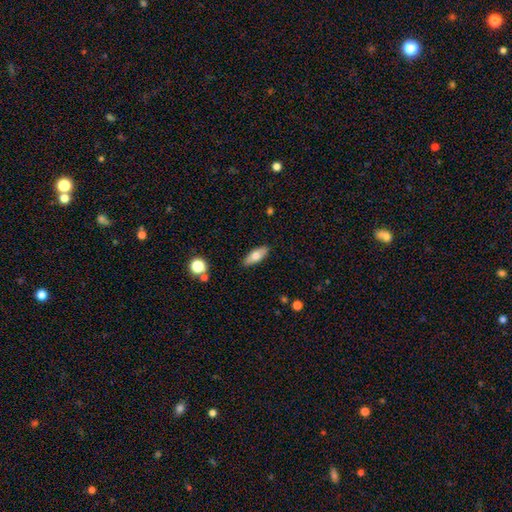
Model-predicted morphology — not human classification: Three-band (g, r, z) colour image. It shows a smooth galaxy with no disk features (70%) that is in between round and cigar-shaped (71%). Merging: none (87%).